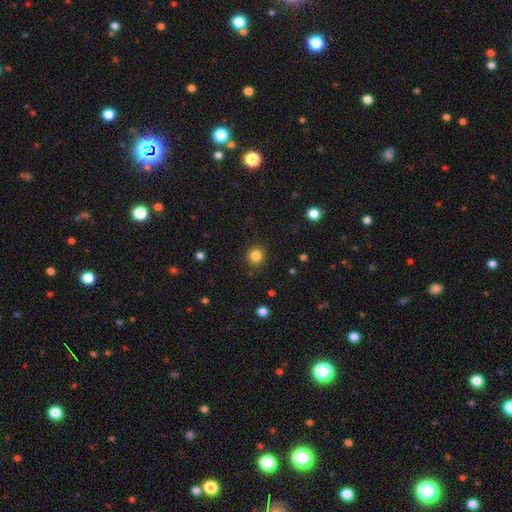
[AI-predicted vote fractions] A smooth galaxy with no disk features (84%) that is round (88%). Merging: none (89%).